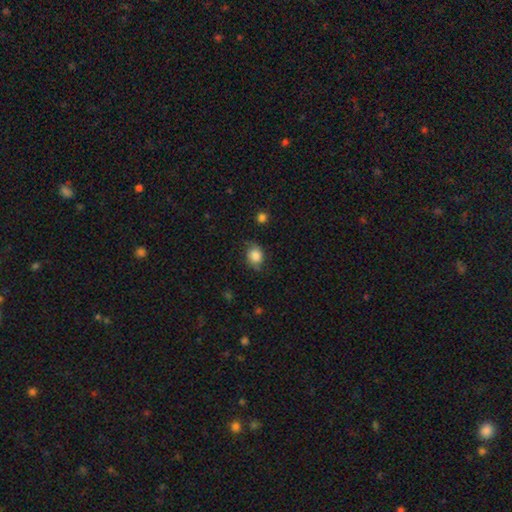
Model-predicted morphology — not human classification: smooth-or-featured: smooth: 81% | featured or disk: 10% | star or artifact: 9%
  how-rounded: round: 53% | in between: 46% | cigar-shaped: 1%
  merging: none: 70% | minor disturbance: 23% | major disturbance: 6% | merger: 1%